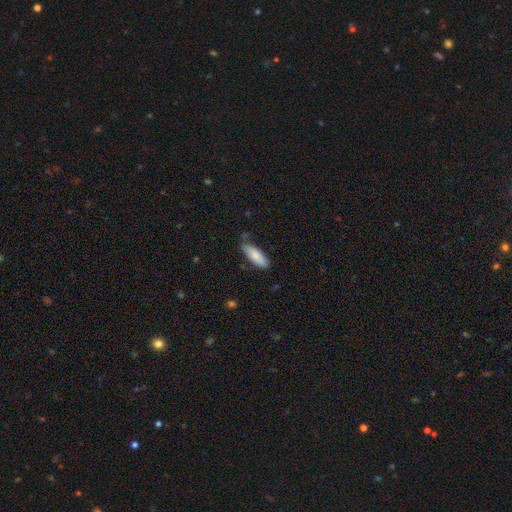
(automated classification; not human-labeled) smooth-or-featured: smooth: 81% | featured or disk: 13% | star or artifact: 6%
  how-rounded: in between: 59% | cigar-shaped: 40% | round: 2%
  merging: none: 72% | minor disturbance: 21% | major disturbance: 3% | merger: 3%